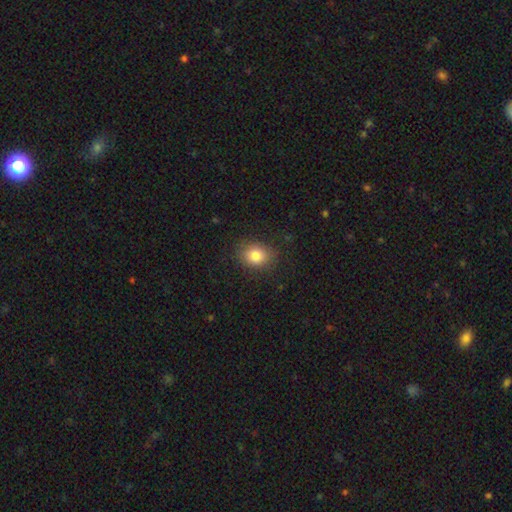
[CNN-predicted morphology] Smooth or featured?
  - smooth: 82% *
  - star or artifact: 10%
  - featured or disk: 8%
How rounded?
  - in between: 53% *
  - round: 46%
  - cigar-shaped: 1%
Merging?
  - none: 83% *
  - minor disturbance: 12%
  - major disturbance: 4%
  - merger: 1%